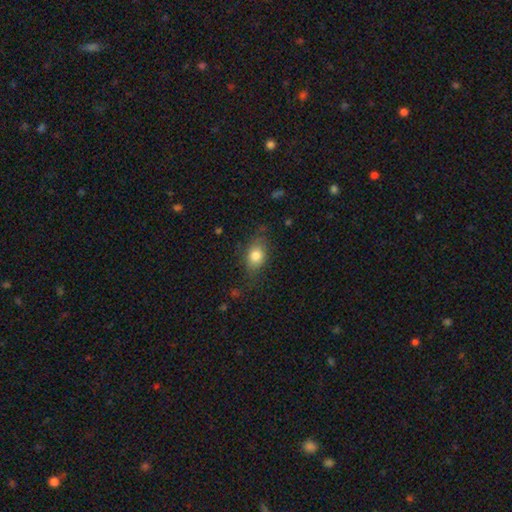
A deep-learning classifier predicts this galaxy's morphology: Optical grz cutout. It shows a smooth galaxy with no disk features (81%) that is in between round and cigar-shaped (73%). Merging: none (73%).